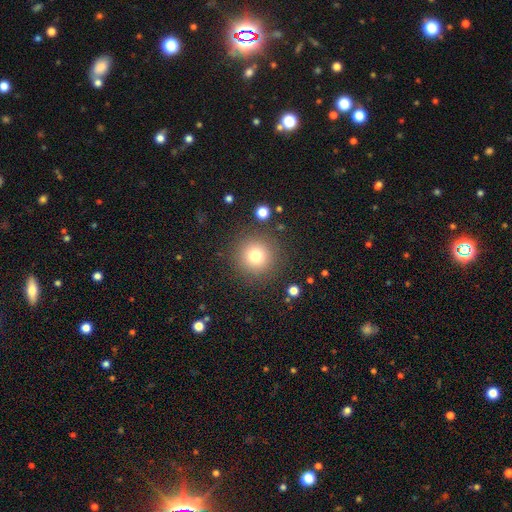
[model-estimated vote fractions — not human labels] smooth 77%, star or artifact 14%, featured or disk 10%. Down the decision tree: how rounded — round (96%); merging — none (87%).